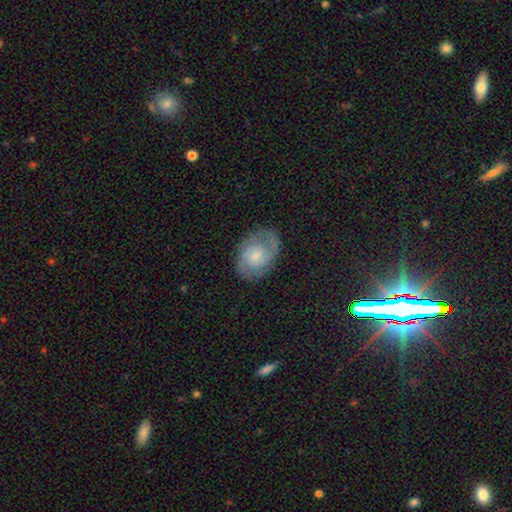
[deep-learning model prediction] This appears to be a featured or disk galaxy (68%) with no bar (56%), 2 (66%) tight (48%) spiral arms (88%) and a small central bulge (59%). Merging: none (75%).